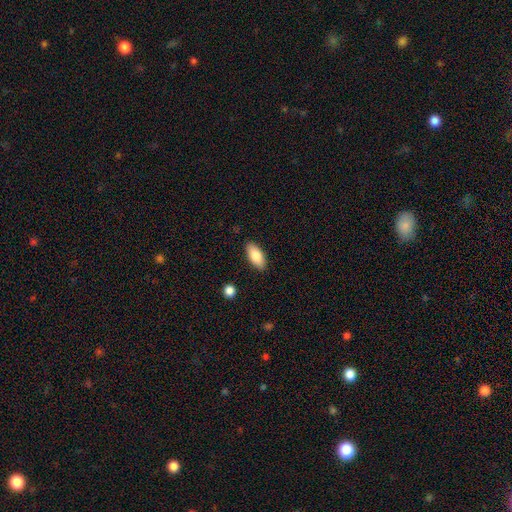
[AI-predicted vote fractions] The model was most divided on "smooth or featured": smooth: 82%, featured or disk: 12%, star or artifact: 6%. More confident: merging — none (88%); how rounded — in between (88%).